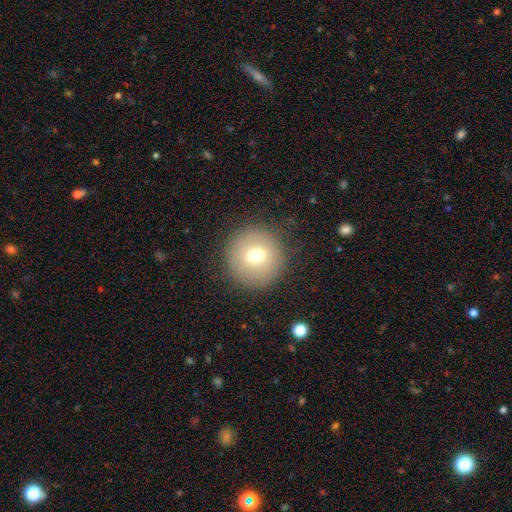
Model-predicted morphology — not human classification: A smooth galaxy with no disk features (70%) that is round (95%). Merging: none (88%).